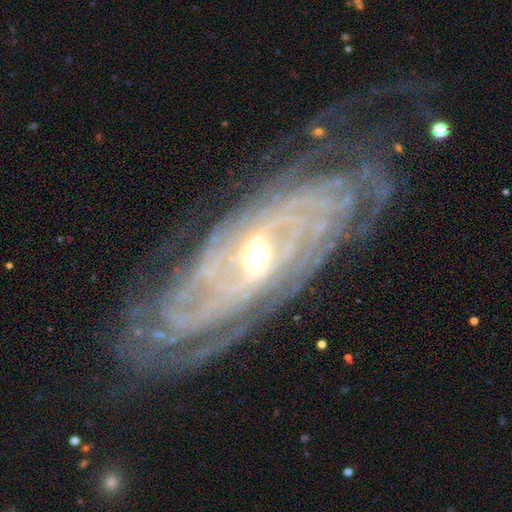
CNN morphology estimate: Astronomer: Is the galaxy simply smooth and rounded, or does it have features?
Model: featured or disk — 90%.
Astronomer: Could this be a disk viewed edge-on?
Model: no — 88%.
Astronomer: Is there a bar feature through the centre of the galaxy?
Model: weak — 39% (runner-up: strong, 35%).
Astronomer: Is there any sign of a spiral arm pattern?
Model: yes — 94%.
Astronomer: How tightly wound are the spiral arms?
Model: tight — 71%.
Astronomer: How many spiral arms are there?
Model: can't tell — 36% (runner-up: 2, 20%).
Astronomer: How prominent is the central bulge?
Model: moderate — 57% (runner-up: small, 37%).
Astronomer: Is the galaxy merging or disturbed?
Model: none — 72%.